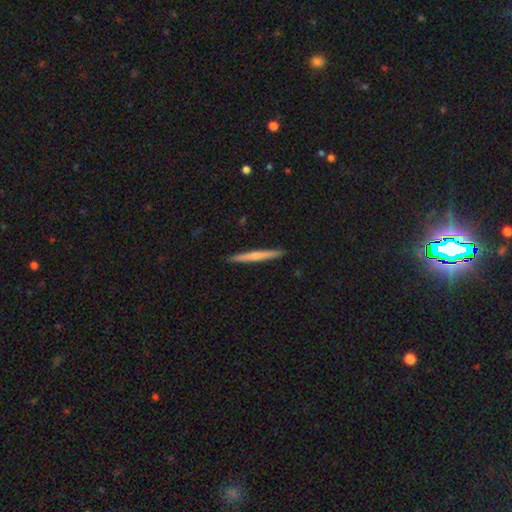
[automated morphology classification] smooth-or-featured: featured or disk: 48% | smooth: 47% | star or artifact: 5%
  merging: none: 92% | minor disturbance: 6% | major disturbance: 1% | merger: 1%